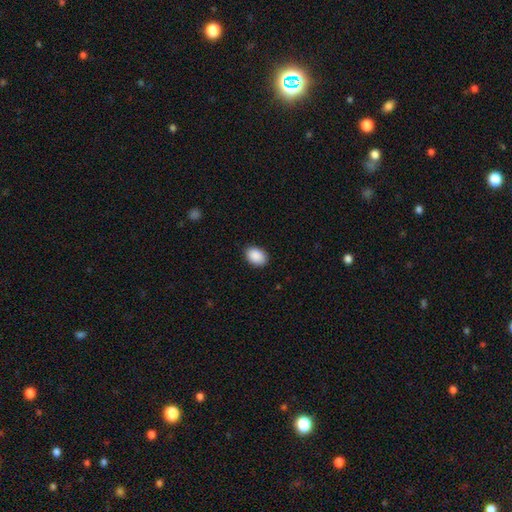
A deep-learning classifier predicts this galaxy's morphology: Smooth or featured? Predicted: smooth (p=0.91). How rounded? Predicted: in between (p=0.81). Merging? Predicted: none (p=0.88).